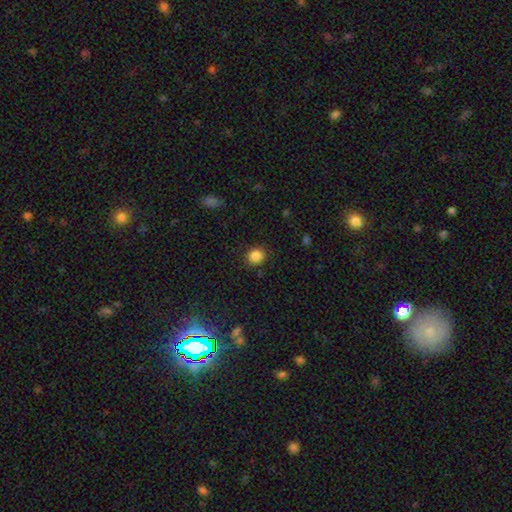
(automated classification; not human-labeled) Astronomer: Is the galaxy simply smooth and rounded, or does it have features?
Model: smooth — 86%.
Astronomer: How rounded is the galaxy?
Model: round — 84%.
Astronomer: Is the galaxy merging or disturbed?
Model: none — 88%.